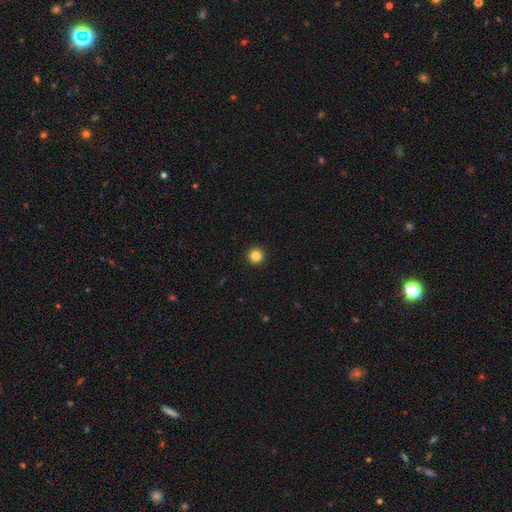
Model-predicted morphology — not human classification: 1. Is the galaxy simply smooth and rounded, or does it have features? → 85% smooth, 11% star or artifact, 4% featured or disk.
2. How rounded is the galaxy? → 96% round, 3% in between, 1% cigar-shaped.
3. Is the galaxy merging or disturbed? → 94% none, 4% minor disturbance, 1% major disturbance, 1% merger.